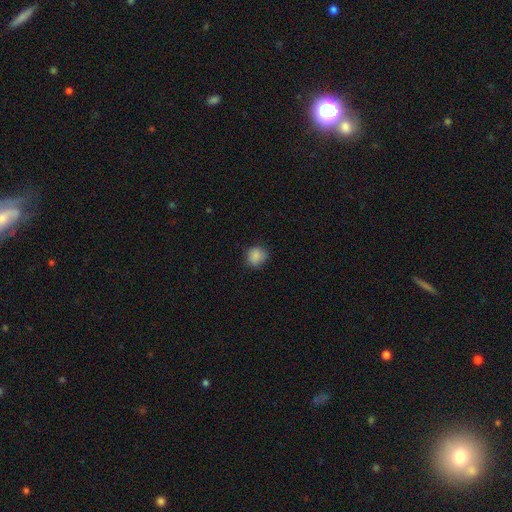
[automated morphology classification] This is clearly a smooth galaxy (85%). How rounded: clearly round (81%). Merging: likely none (76%).